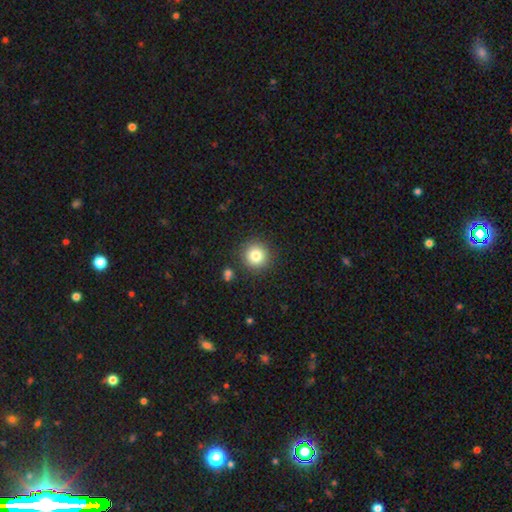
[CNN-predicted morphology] Smooth or featured? Predicted: smooth (p=0.82). How rounded? Predicted: round (p=0.94). Merging? Predicted: none (p=0.88).